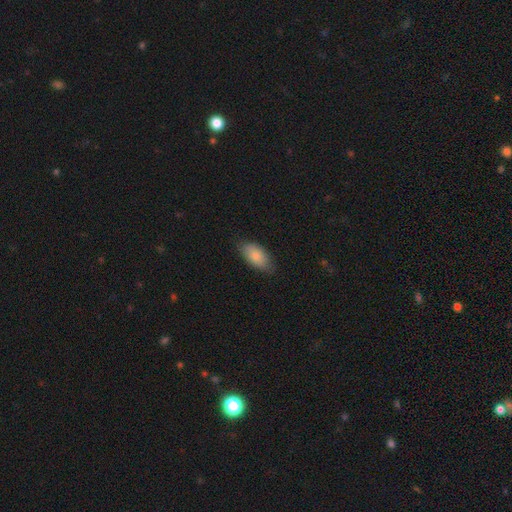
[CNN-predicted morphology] Smooth or featured?
  - smooth: 85% *
  - featured or disk: 9%
  - star or artifact: 6%
How rounded?
  - in between: 92% *
  - cigar-shaped: 5%
  - round: 3%
Merging?
  - none: 78% *
  - minor disturbance: 18%
  - major disturbance: 3%
  - merger: 1%